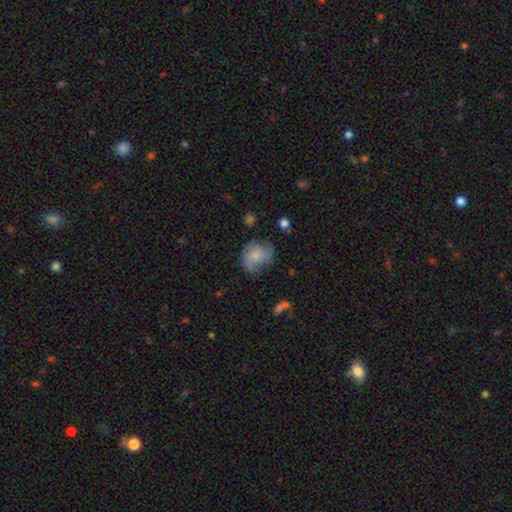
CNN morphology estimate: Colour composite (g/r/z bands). It shows a smooth galaxy with no disk features (53%) that is round (65%). Merging: none (56%).